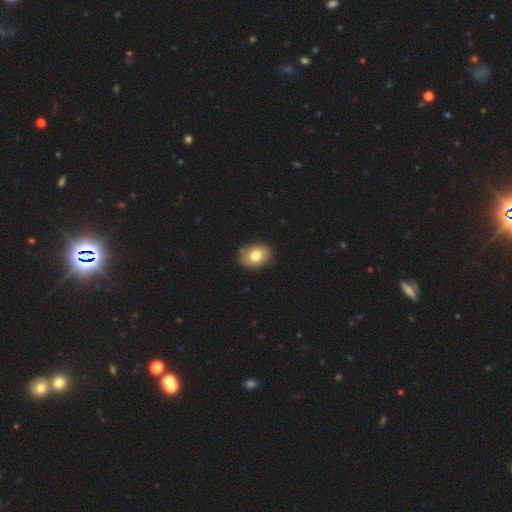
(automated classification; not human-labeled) A smooth galaxy with no disk features (80%) that is in between round and cigar-shaped (72%).

Vote fractions:
- Smooth or featured? smooth: 80% / featured or disk: 12% / star or artifact: 8%
- How rounded? in between: 72% / round: 27% / cigar-shaped: 1%
- Merging? none: 87% / minor disturbance: 10% / major disturbance: 2% / merger: 1%